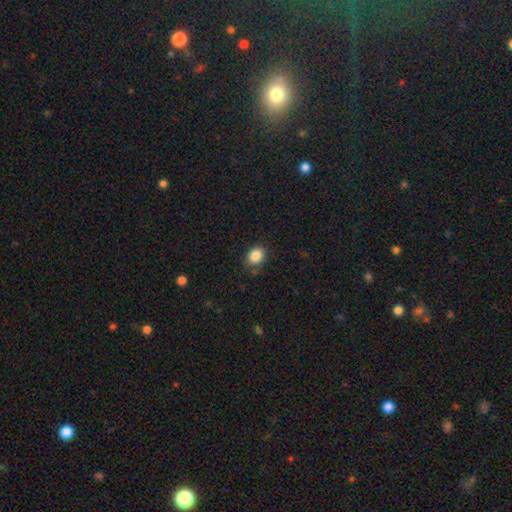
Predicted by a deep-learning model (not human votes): Q: Smooth or featured?
A: smooth (86%); runner-up: star or artifact (9%)
Q: How rounded?
A: in between (53%); runner-up: round (46%)
Q: Merging?
A: none (82%); runner-up: minor disturbance (14%)